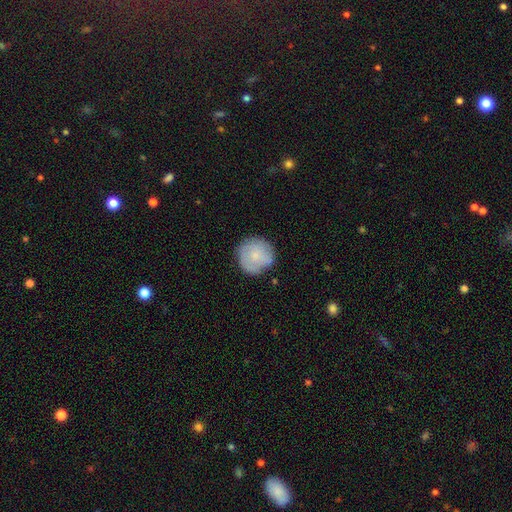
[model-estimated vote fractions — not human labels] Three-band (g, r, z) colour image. It shows a smooth galaxy with no disk features (64%) that is round (94%). Merging: none (77%).